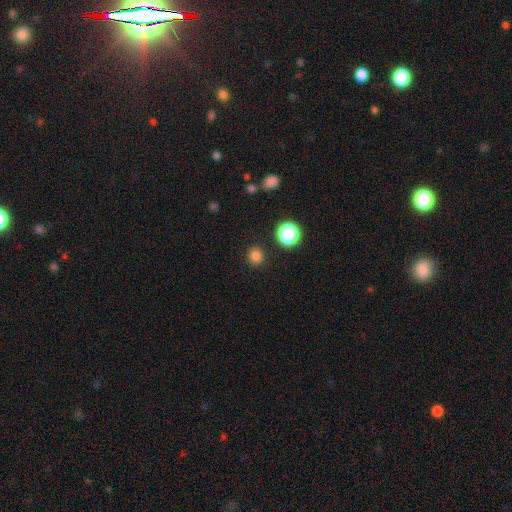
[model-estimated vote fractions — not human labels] Q: Smooth or featured?
A: smooth (81%); runner-up: star or artifact (15%)
Q: How rounded?
A: round (87%); runner-up: in between (12%)
Q: Merging?
A: none (90%); runner-up: minor disturbance (6%)